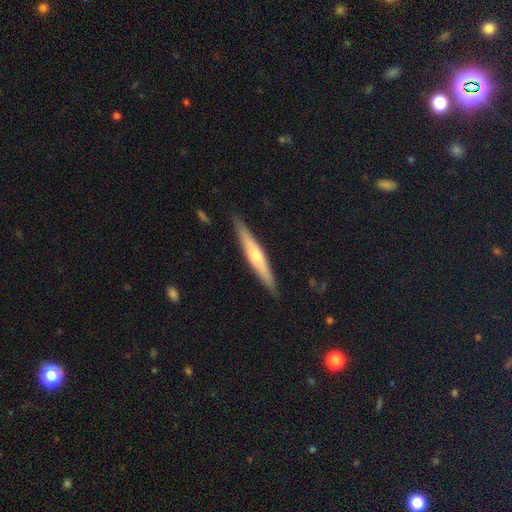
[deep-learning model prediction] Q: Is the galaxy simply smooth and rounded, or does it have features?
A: featured or disk — 59%.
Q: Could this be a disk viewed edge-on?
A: yes — 94%.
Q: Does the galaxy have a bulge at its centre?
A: rounded — 81%.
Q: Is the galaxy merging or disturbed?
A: none — 90%.